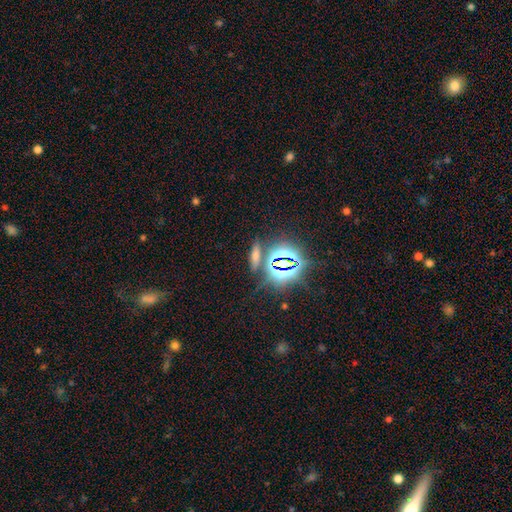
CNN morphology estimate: smooth-or-featured: smooth: 46% | star or artifact: 39% | featured or disk: 15%
  merging: none: 78% | minor disturbance: 9% | merger: 9% | major disturbance: 4%